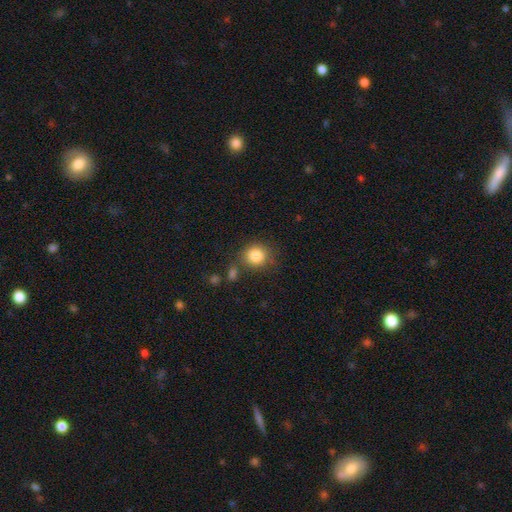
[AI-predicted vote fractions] smooth-or-featured: smooth: 84% | star or artifact: 10% | featured or disk: 6%
  how-rounded: round: 84% | in between: 15% | cigar-shaped: 1%
  merging: none: 74% | minor disturbance: 14% | merger: 7% | major disturbance: 5%